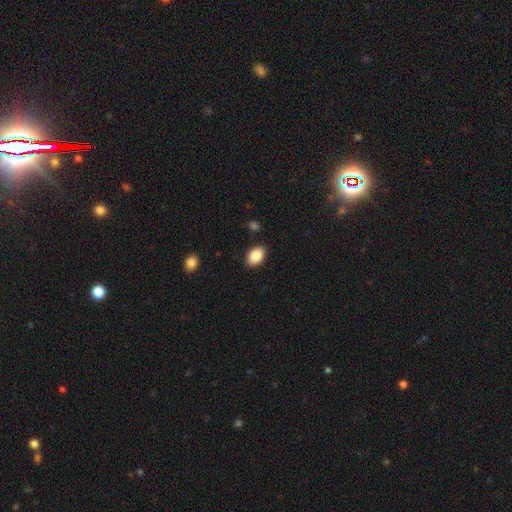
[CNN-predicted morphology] Smooth or featured?
  - smooth: 87% *
  - star or artifact: 7%
  - featured or disk: 6%
How rounded?
  - in between: 88% *
  - round: 10%
  - cigar-shaped: 1%
Merging?
  - none: 88% *
  - minor disturbance: 9%
  - major disturbance: 2%
  - merger: 2%